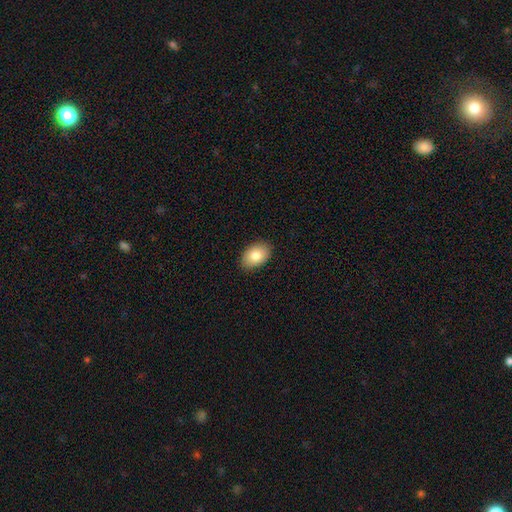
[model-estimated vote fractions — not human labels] Smooth or featured? smooth (84%)
How rounded? in between (88%)
Merging? none (88%)